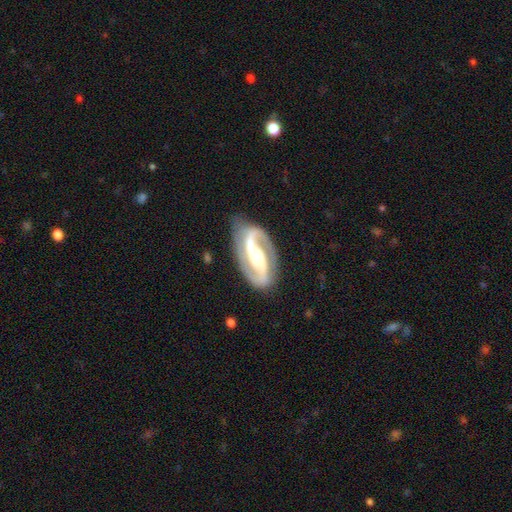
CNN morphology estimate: Overall: featured or disk (92%). Edge-on disk: no (97%). Bar: strong (52%; weak 29%). Spiral arms: yes (98%). Spiral arm count: 2 (94%). Spiral winding: medium (54%; tight 26%). Bulge size: moderate (58%; small 25%). Merging: none (84%).